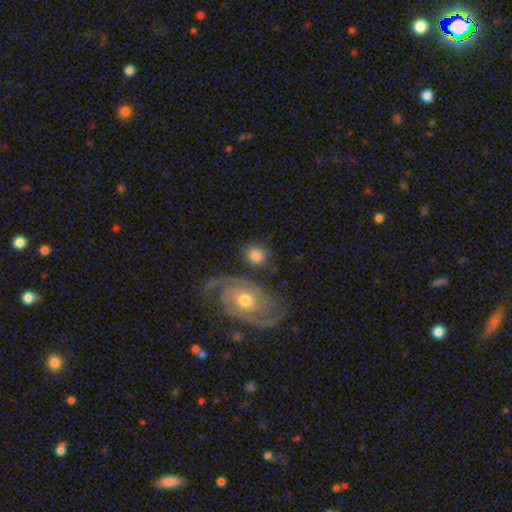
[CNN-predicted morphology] A smooth galaxy with no disk features (70%) that is round (73%).

Vote fractions:
- Smooth or featured? smooth: 70% / featured or disk: 22% / star or artifact: 8%
- How rounded? round: 73% / in between: 25% / cigar-shaped: 2%
- Merging? none: 68% / minor disturbance: 13% / merger: 12% / major disturbance: 7%